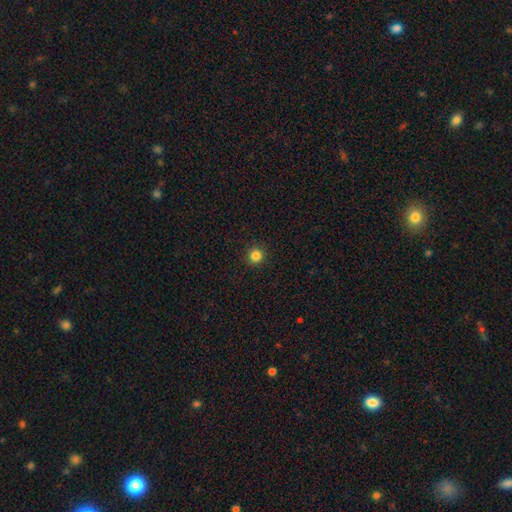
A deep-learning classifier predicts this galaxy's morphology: Overall: smooth (84%). How rounded: round (95%). Merging: none (93%).